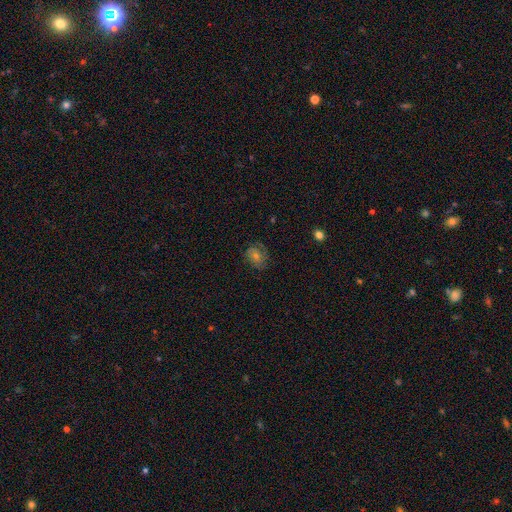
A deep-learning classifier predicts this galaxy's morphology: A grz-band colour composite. It shows a featured or disk galaxy (44%). Merging: none (76%).